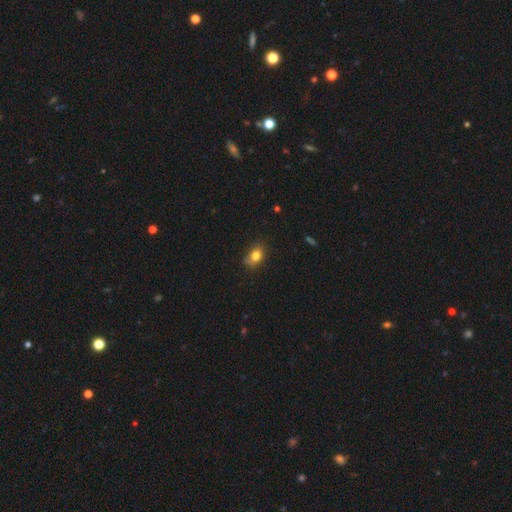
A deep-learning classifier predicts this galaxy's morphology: Smooth or featured? smooth (80%)
How rounded? in between (72%)
Merging? none (65%)